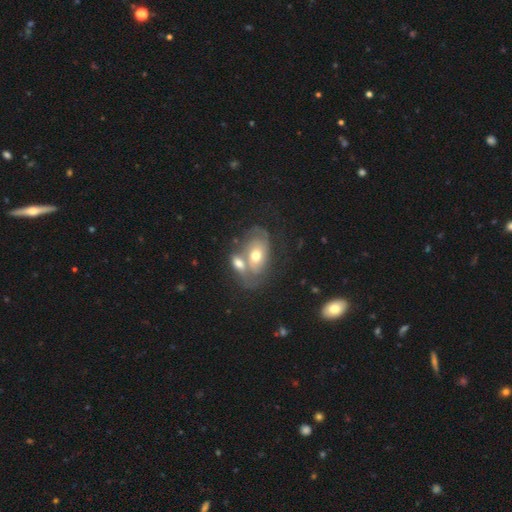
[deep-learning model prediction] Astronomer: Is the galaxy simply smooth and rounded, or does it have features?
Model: featured or disk — 57% (runner-up: smooth, 35%).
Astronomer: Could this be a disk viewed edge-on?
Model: no — 93%.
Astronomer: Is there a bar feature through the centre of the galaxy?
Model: no — 81%.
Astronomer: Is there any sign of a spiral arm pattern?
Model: yes — 60% (runner-up: no, 40%).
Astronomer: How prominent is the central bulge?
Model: moderate — 69%.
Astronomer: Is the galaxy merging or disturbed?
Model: merger — 54%.